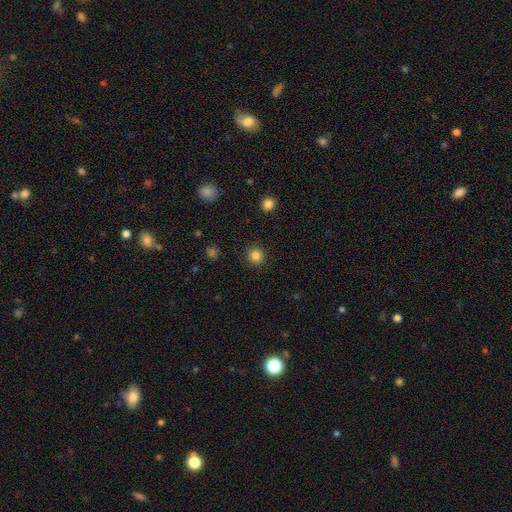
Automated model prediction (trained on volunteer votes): Smooth or featured?
  - smooth: 84% *
  - star or artifact: 12%
  - featured or disk: 4%
How rounded?
  - round: 95% *
  - in between: 4%
  - cigar-shaped: 1%
Merging?
  - none: 91% *
  - minor disturbance: 5%
  - major disturbance: 2%
  - merger: 1%